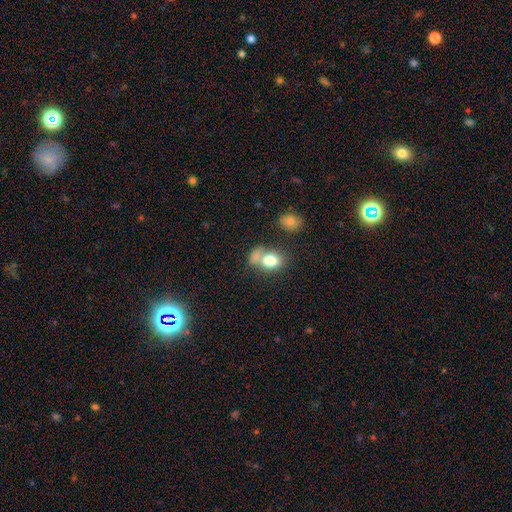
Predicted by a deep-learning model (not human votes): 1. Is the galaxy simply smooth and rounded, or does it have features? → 72% smooth, 14% featured or disk, 14% star or artifact.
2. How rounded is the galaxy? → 59% in between, 39% round, 2% cigar-shaped.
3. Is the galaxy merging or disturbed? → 40% none, 33% merger, 16% minor disturbance, 11% major disturbance.